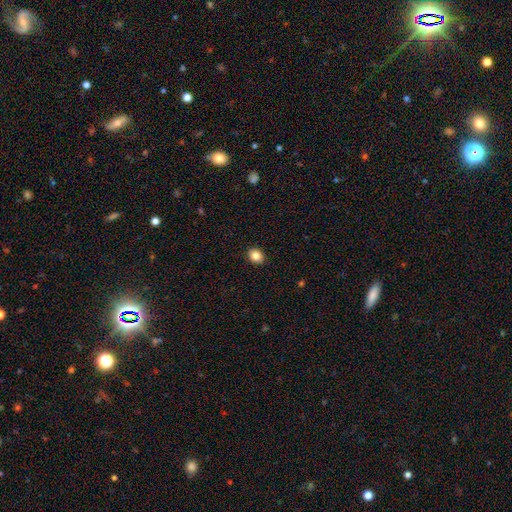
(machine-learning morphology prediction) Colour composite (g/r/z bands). It shows a smooth galaxy with no disk features (85%) that is round (60%). Merging: none (91%).